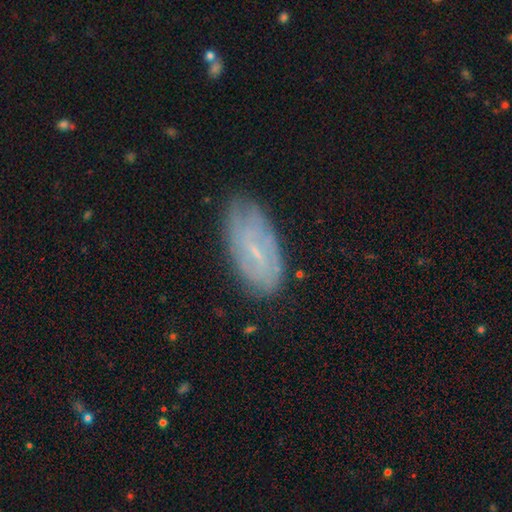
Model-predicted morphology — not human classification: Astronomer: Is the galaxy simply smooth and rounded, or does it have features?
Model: featured or disk — 59%.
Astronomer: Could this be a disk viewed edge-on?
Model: no — 91%.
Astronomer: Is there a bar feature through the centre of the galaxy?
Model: weak — 50% (runner-up: no, 34%).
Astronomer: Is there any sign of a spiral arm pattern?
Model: yes — 77%.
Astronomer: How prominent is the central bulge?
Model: small — 70%.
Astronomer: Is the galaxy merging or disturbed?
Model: none — 77%.